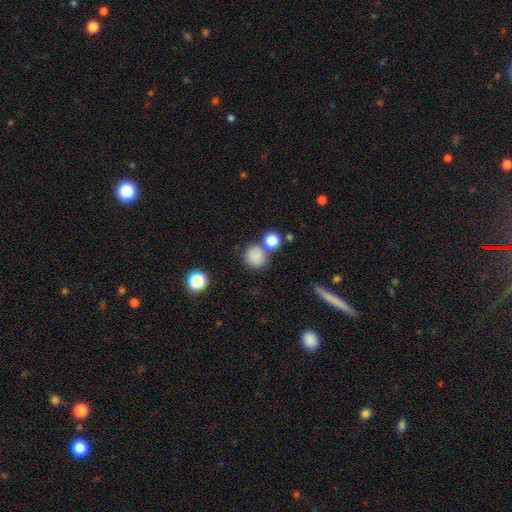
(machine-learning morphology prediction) smooth_or_featured: smooth (p=0.82) [alt: star or artifact p=0.12]
how_rounded: round (p=0.88) [alt: in between p=0.11]
merging: none (p=0.69) [alt: merger p=0.16]